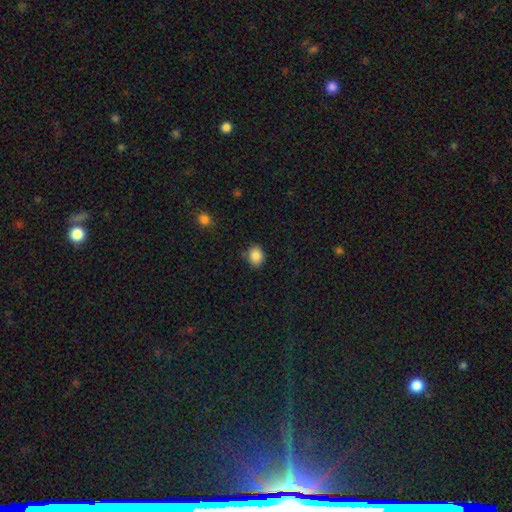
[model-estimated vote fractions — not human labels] Overall: smooth (87%). How rounded: round (52%; in between 47%). Merging: none (82%).